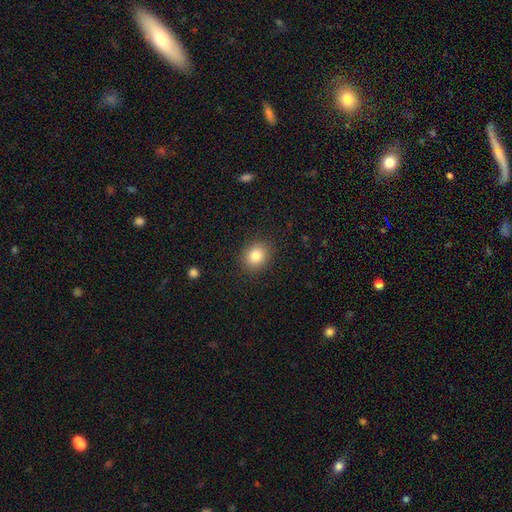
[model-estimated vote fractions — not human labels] This appears to be a smooth galaxy with no disk features (84%) that is round (63%). Merging: none (88%).